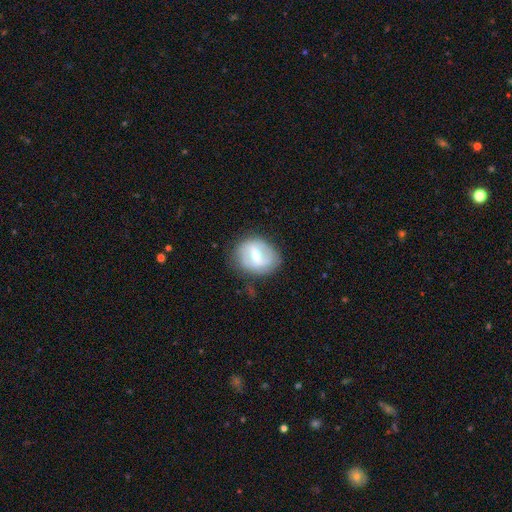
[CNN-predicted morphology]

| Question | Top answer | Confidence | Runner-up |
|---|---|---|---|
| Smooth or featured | featured or disk | 59% | smooth (35%) |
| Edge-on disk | no | 94% | yes (6%) |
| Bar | weak | 46% | strong (35%) |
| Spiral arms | no | 52% | yes (48%) |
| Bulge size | moderate | 70% | small (23%) |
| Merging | none | 74% | minor disturbance (18%) |